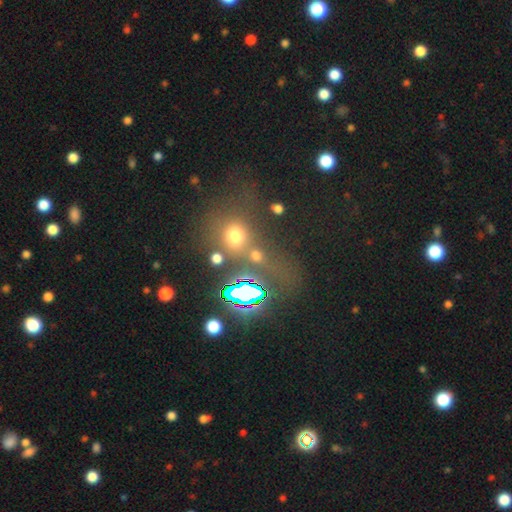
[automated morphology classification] A smooth galaxy with no disk features (54%) that is round (70%).

Vote fractions:
- Smooth or featured? smooth: 54% / star or artifact: 35% / featured or disk: 11%
- How rounded? round: 70% / in between: 27% / cigar-shaped: 3%
- Merging? none: 56% / merger: 26% / minor disturbance: 10% / major disturbance: 8%